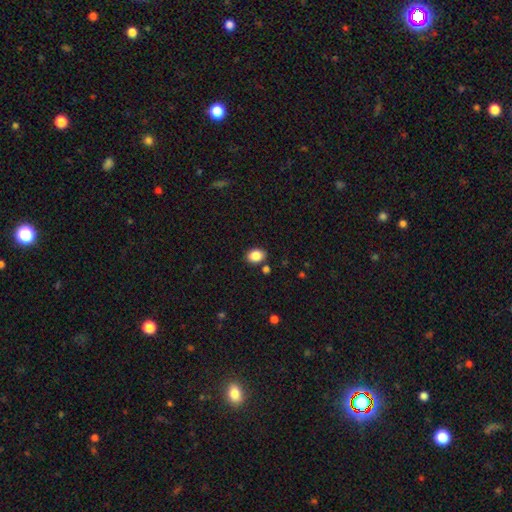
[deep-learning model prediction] This is clearly a smooth galaxy (86%). How rounded: likely in between (66%). Merging: clearly none (83%).